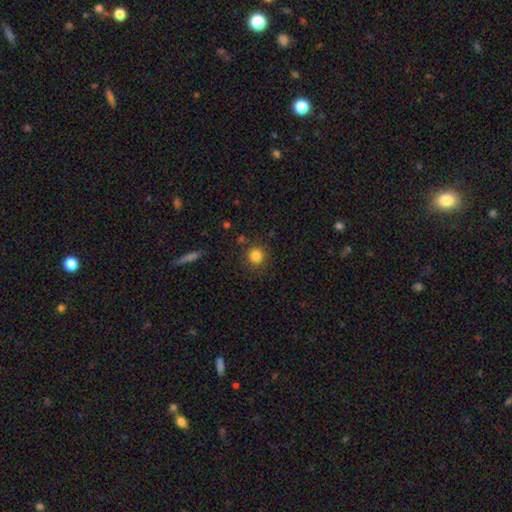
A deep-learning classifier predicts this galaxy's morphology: This is clearly a smooth galaxy (85%). How rounded: clearly round (93%). Merging: clearly none (86%).